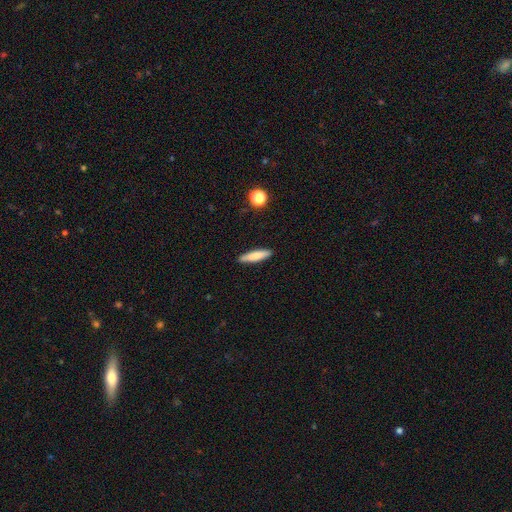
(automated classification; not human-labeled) Smooth or featured? smooth (79%)
How rounded? cigar-shaped (81%)
Merging? none (89%)